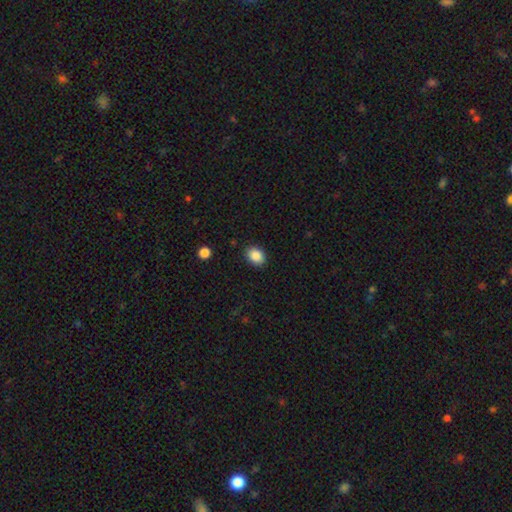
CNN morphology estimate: smooth 88%, star or artifact 8%, featured or disk 3%. Down the decision tree: how rounded — in between (67%); merging — none (87%).